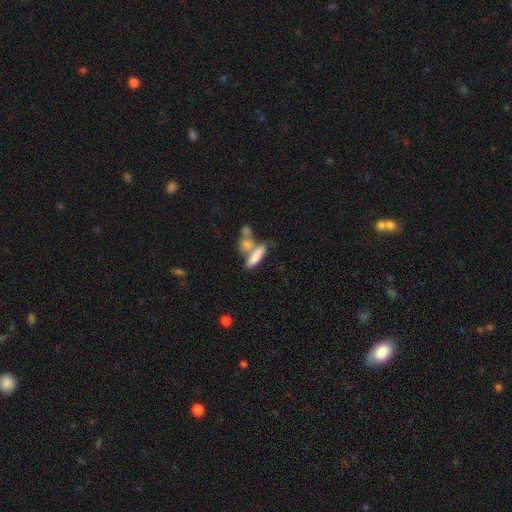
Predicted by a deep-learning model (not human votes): The model was most divided on "merging": merger: 42%, none: 41%, minor disturbance: 12%, major disturbance: 6%. More confident: smooth or featured — smooth (78%); how rounded — cigar-shaped (51%).